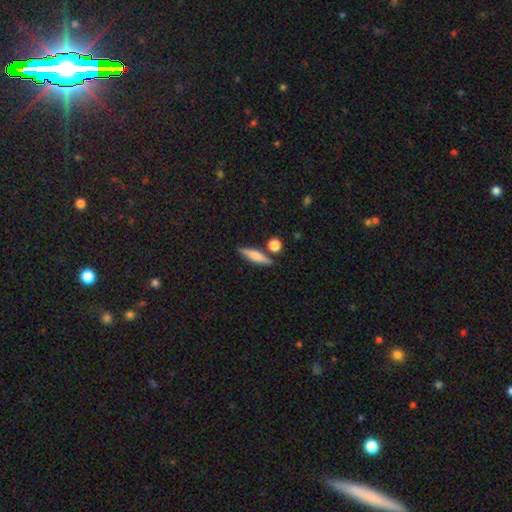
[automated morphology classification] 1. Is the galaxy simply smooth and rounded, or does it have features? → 62% smooth, 30% featured or disk, 7% star or artifact.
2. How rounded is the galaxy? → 72% cigar-shaped, 24% in between, 4% round.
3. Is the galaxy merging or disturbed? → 78% none, 11% minor disturbance, 8% merger, 3% major disturbance.